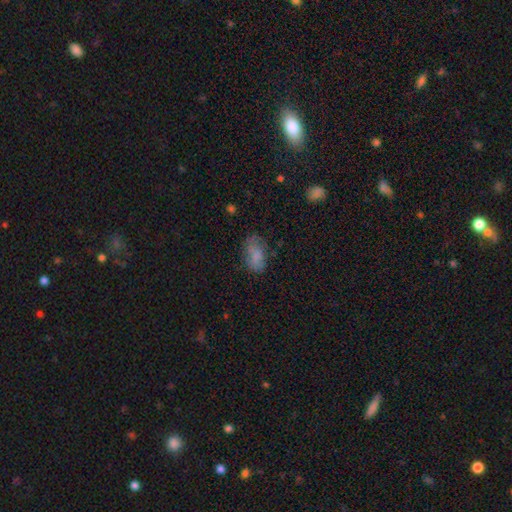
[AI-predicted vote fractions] A smooth galaxy with no disk features (72%) that is in between round and cigar-shaped (90%). Merging: none (59%).